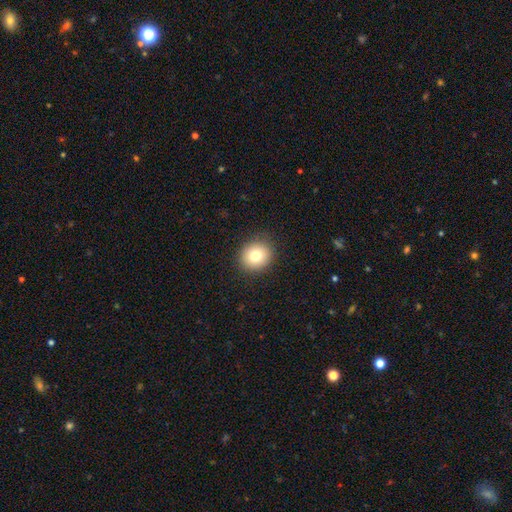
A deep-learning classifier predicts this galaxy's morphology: type=smooth (79%); roundness=round (80%); merging=none (89%).